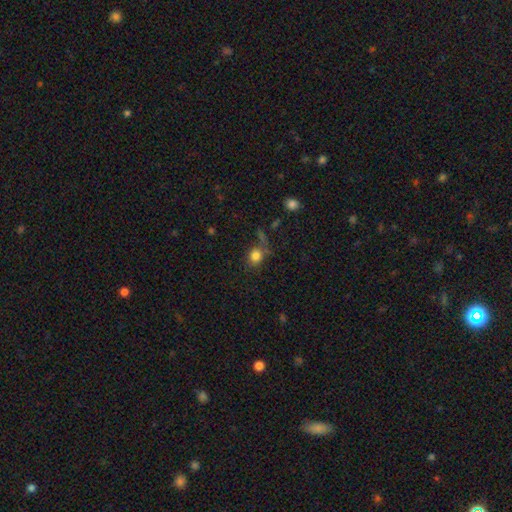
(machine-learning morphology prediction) smooth_or_featured: smooth (p=0.81) [alt: star or artifact p=0.12]
how_rounded: round (p=0.72) [alt: in between p=0.26]
merging: none (p=0.63) [alt: minor disturbance p=0.17]